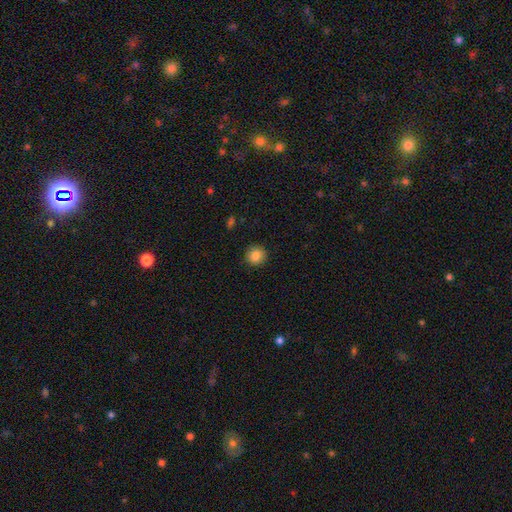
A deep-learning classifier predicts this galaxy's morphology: type=smooth (86%); roundness=round (93%); merging=none (91%).